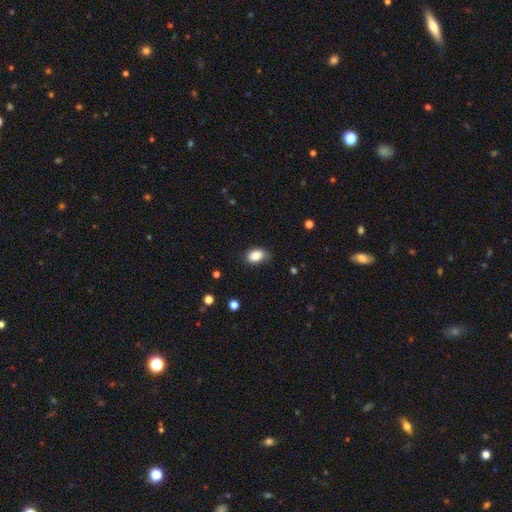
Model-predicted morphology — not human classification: Q: Smooth or featured?
A: smooth (87%); runner-up: star or artifact (8%)
Q: How rounded?
A: in between (82%); runner-up: round (17%)
Q: Merging?
A: none (75%); runner-up: minor disturbance (21%)